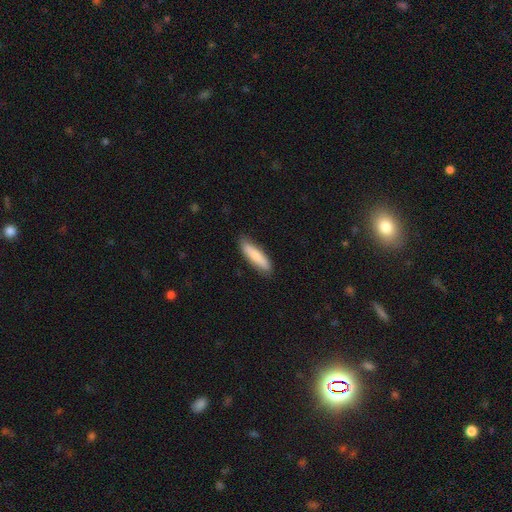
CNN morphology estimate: This is likely a smooth galaxy (80%). How rounded: likely cigar-shaped (73%). Merging: clearly none (84%).